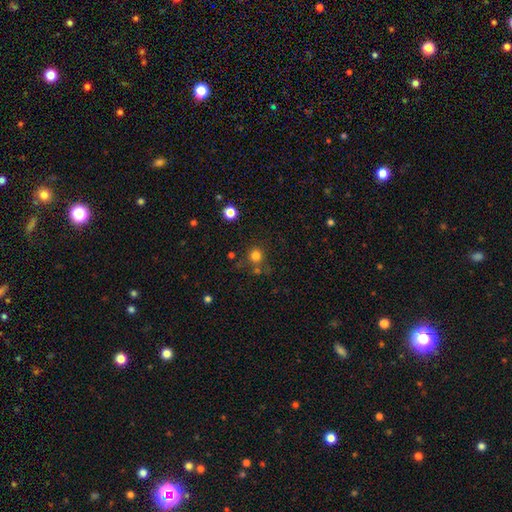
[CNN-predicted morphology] Overall: smooth (77%). How rounded: round (92%). Merging: none (68%).